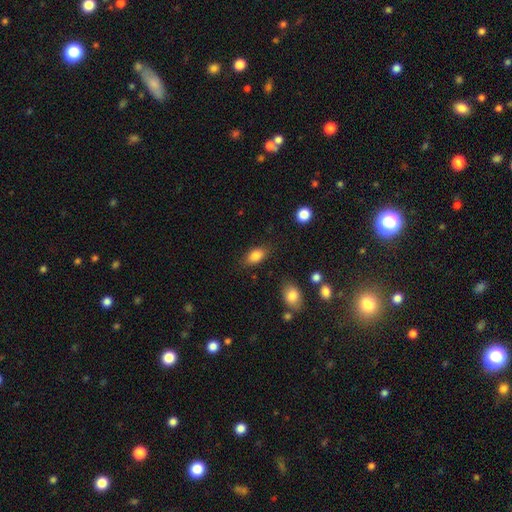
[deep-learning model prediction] Smooth or featured?
  - smooth: 84% *
  - star or artifact: 8%
  - featured or disk: 8%
How rounded?
  - in between: 88% *
  - round: 8%
  - cigar-shaped: 4%
Merging?
  - none: 81% *
  - minor disturbance: 14%
  - major disturbance: 4%
  - merger: 2%